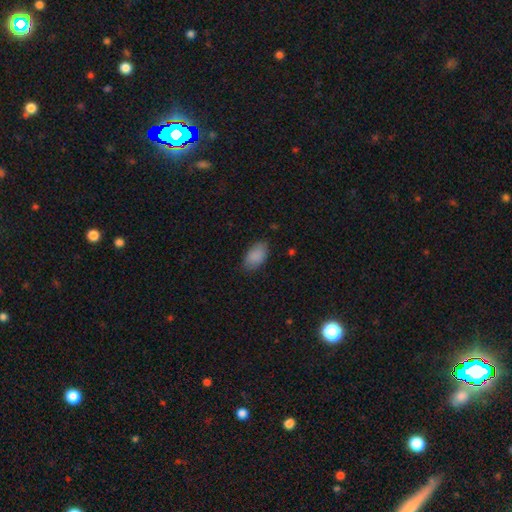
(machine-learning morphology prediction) The model was most divided on "merging": none: 80%, minor disturbance: 16%, major disturbance: 3%, merger: 1%. More confident: how rounded — in between (94%); smooth or featured — smooth (88%).